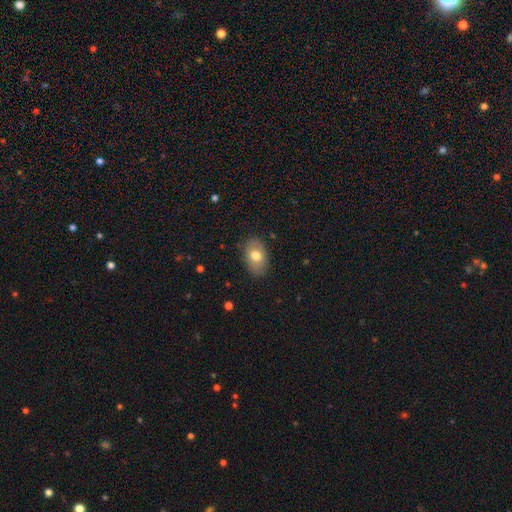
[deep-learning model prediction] This appears to be a smooth galaxy with no disk features (73%) that is in between round and cigar-shaped (85%). Merging: none (84%).